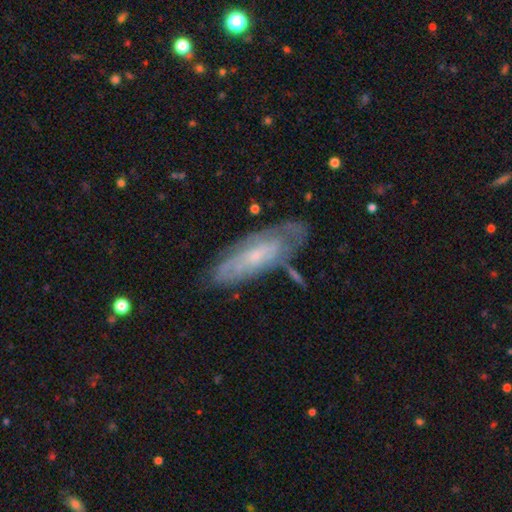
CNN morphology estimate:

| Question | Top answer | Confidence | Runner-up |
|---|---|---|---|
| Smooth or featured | featured or disk | 64% | smooth (29%) |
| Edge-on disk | no | 79% | yes (21%) |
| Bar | no | 67% | weak (27%) |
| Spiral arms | yes | 72% | no (28%) |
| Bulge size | small | 67% | moderate (24%) |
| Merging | none | 65% | minor disturbance (22%) |